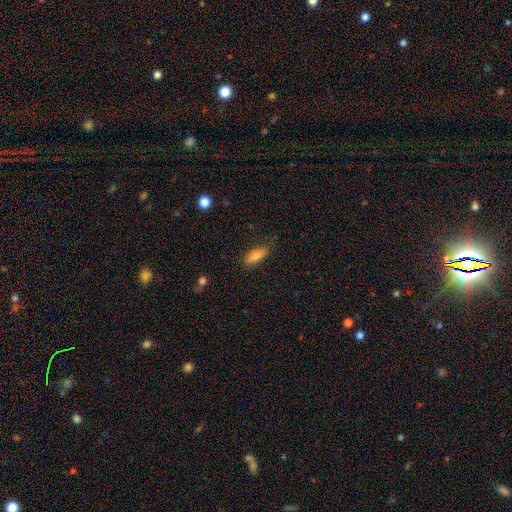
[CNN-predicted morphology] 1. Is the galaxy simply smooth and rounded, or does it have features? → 84% smooth, 9% featured or disk, 7% star or artifact.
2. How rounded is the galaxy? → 69% in between, 29% cigar-shaped, 2% round.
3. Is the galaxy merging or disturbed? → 79% none, 16% minor disturbance, 4% major disturbance, 1% merger.